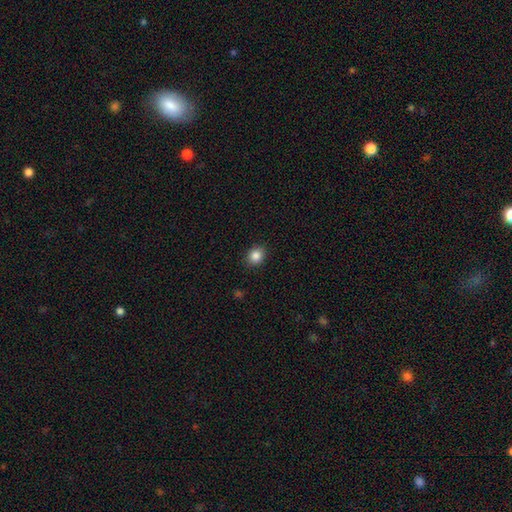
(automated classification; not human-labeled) smooth-or-featured: smooth: 86% | star or artifact: 10% | featured or disk: 4%
  how-rounded: round: 63% | in between: 36% | cigar-shaped: 1%
  merging: none: 89% | minor disturbance: 8% | major disturbance: 2% | merger: 1%